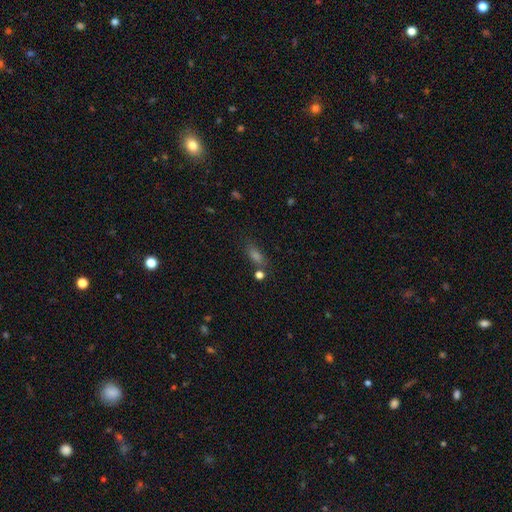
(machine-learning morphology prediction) smooth-or-featured: smooth: 61% | star or artifact: 26% | featured or disk: 13%
  how-rounded: in between: 59% | cigar-shaped: 31% | round: 10%
  merging: none: 71% | minor disturbance: 14% | merger: 10% | major disturbance: 6%